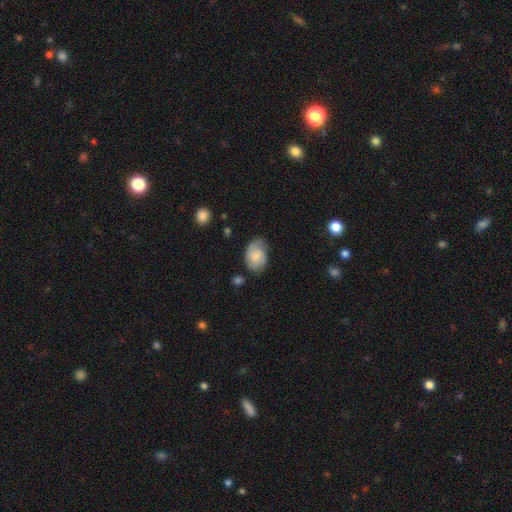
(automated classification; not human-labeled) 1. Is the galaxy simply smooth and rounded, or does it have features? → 65% smooth, 28% featured or disk, 7% star or artifact.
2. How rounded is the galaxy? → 81% in between, 18% round, 1% cigar-shaped.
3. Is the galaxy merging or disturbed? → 56% none, 31% minor disturbance, 11% major disturbance, 2% merger.